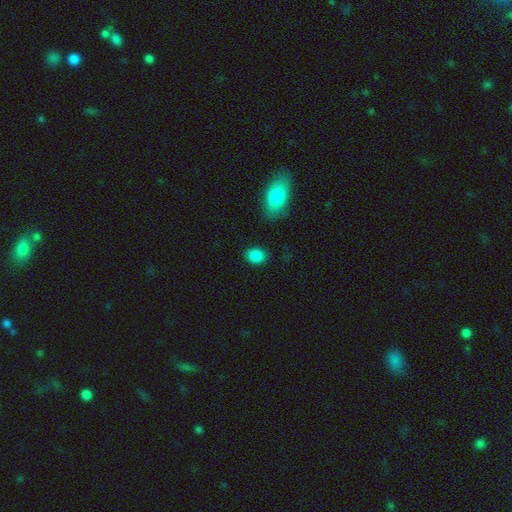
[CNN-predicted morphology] smooth_or_featured: smooth (p=0.87) [alt: star or artifact p=0.09]
how_rounded: in between (p=0.53) [alt: round p=0.46]
merging: none (p=0.86) [alt: minor disturbance p=0.09]